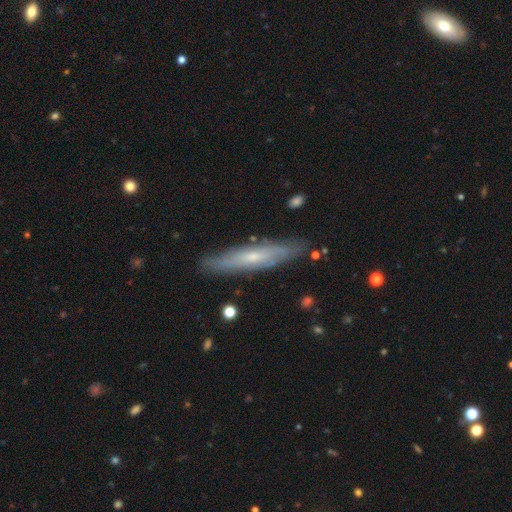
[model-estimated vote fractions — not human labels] Morphology: type=featured or disk (59%); edge-on=yes (73%); merging=none (85%).